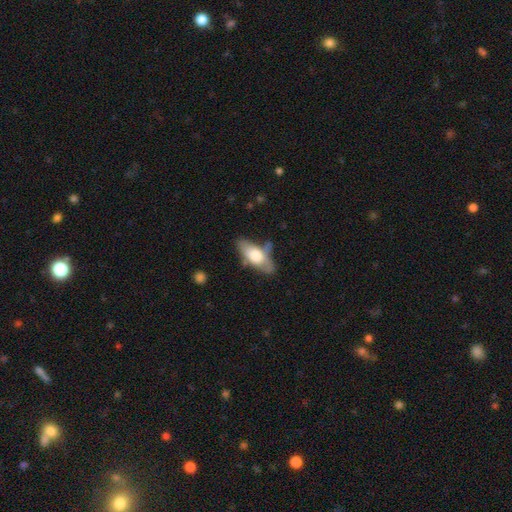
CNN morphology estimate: Smooth or featured? Predicted: smooth (p=0.60). How rounded? Predicted: in between (p=0.77). Merging? Predicted: none (p=0.59).